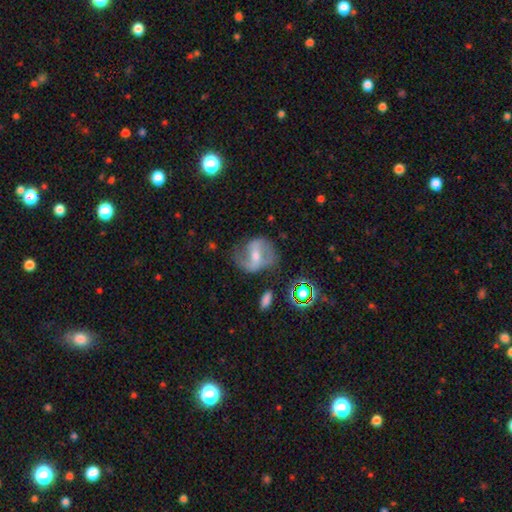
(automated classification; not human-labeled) Morphology: type=featured or disk (72%); edge-on=no (95%); bar=strong (46%); spiral arms=yes (84%); winding=medium (45%); arm count=2 (83%); bulge=moderate (52%); merging=none (64%).